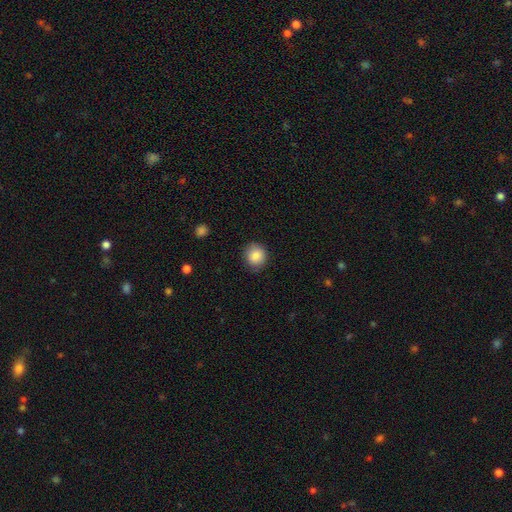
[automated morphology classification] A smooth galaxy with no disk features (86%) that is round (84%). Merging: none (85%).